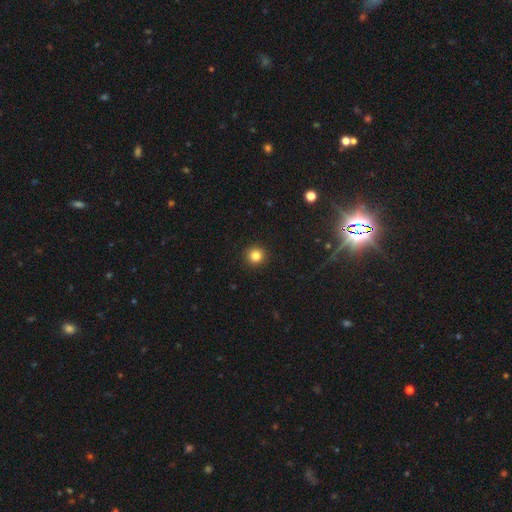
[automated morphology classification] A smooth galaxy with no disk features (83%) that is round (94%).

Vote fractions:
- Smooth or featured? smooth: 83% / star or artifact: 12% / featured or disk: 5%
- How rounded? round: 94% / in between: 5% / cigar-shaped: 1%
- Merging? none: 93% / minor disturbance: 4% / major disturbance: 2% / merger: 1%